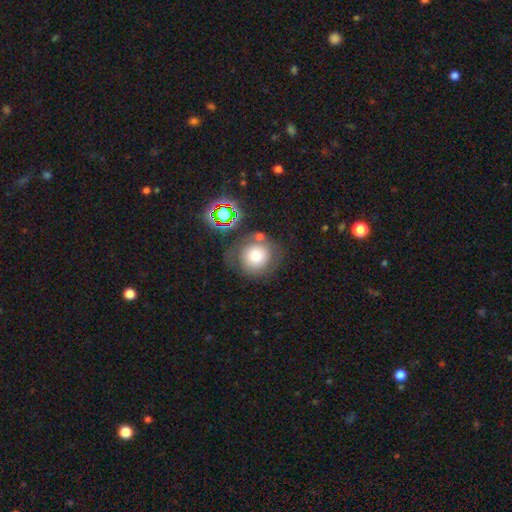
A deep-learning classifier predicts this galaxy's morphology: Smooth or featured? Predicted: smooth (p=0.64). How rounded? Predicted: round (p=0.89). Merging? Predicted: none (p=0.62).